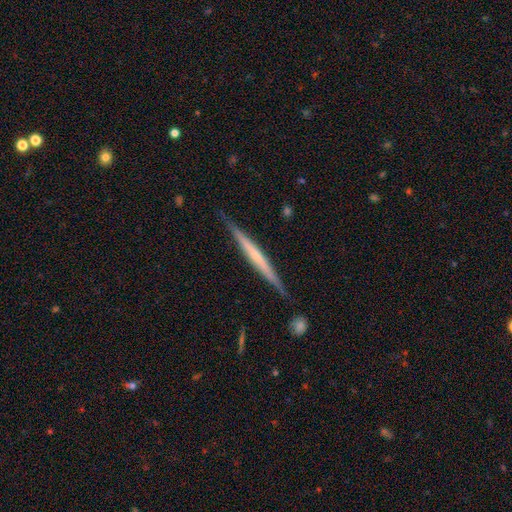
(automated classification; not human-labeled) Overall: featured or disk (63%; smooth 31%). Edge-on disk: yes (97%). Edge-on bulge: none (67%). Merging: none (86%).